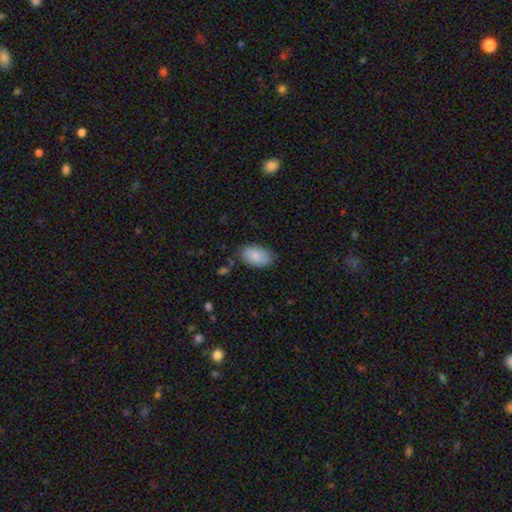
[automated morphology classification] smooth 87%, featured or disk 7%, star or artifact 6%. Down the decision tree: how rounded — in between (93%); merging — none (80%).